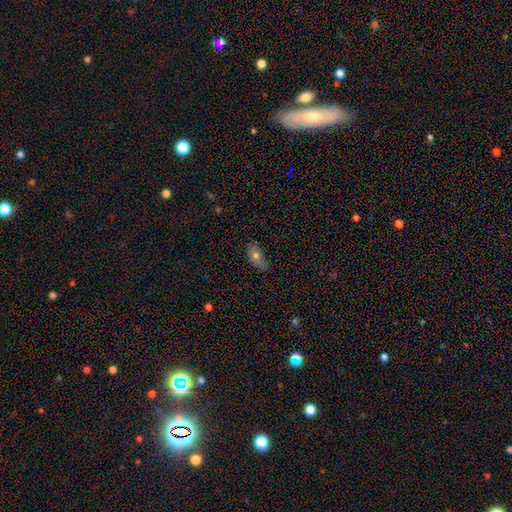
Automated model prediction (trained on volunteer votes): smooth-or-featured: smooth: 72% | featured or disk: 18% | star or artifact: 10%
  how-rounded: in between: 86% | cigar-shaped: 7% | round: 7%
  merging: none: 64% | minor disturbance: 27% | major disturbance: 7% | merger: 2%